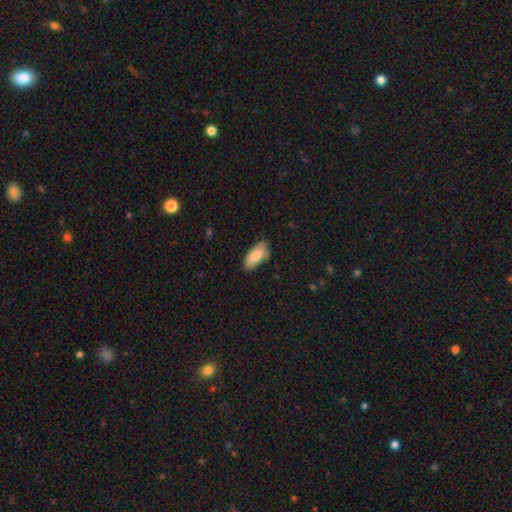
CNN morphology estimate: Q: Smooth or featured?
A: smooth (83%); runner-up: featured or disk (11%)
Q: How rounded?
A: in between (85%); runner-up: cigar-shaped (13%)
Q: Merging?
A: none (72%); runner-up: minor disturbance (22%)